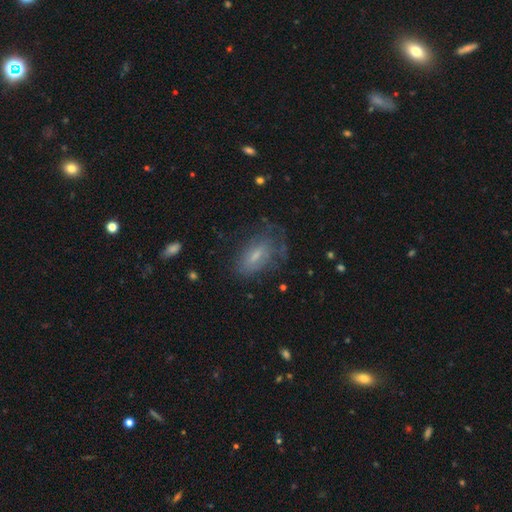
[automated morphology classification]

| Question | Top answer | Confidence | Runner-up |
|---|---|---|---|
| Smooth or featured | smooth | 46% | featured or disk (42%) |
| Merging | none | 53% | minor disturbance (26%) |